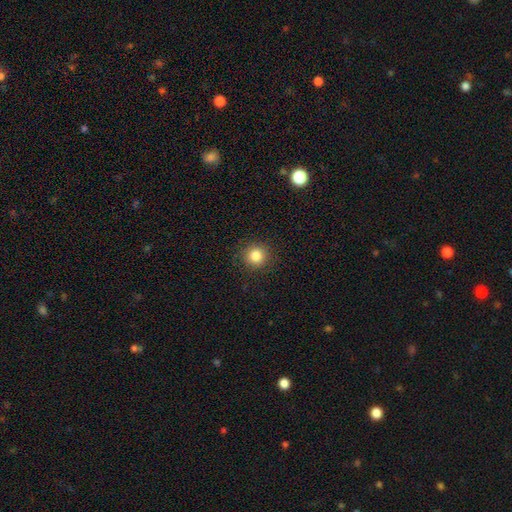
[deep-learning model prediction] This is clearly a smooth galaxy (83%). How rounded: clearly round (94%). Merging: clearly none (91%).